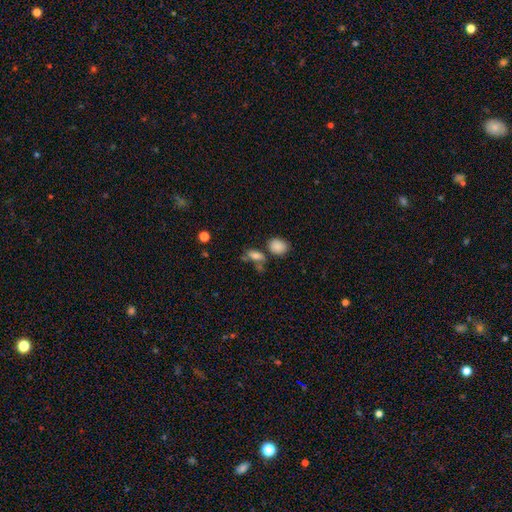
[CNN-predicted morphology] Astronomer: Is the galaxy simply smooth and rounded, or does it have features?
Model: smooth — 76%.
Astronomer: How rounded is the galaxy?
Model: in between — 76%.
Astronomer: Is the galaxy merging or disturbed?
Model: none — 47% (runner-up: merger, 24%).